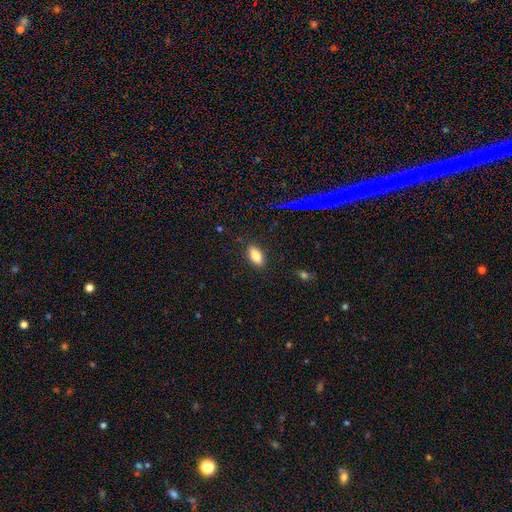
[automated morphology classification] Smooth or featured? Predicted: smooth (p=0.83). How rounded? Predicted: in between (p=0.89). Merging? Predicted: none (p=0.86).